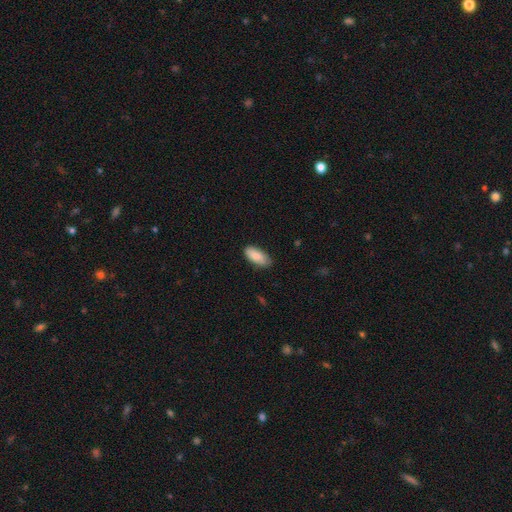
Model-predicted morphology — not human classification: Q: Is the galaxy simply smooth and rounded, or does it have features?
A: smooth — 87%.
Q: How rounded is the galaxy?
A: in between — 89%.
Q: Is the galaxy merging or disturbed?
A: none — 80%.